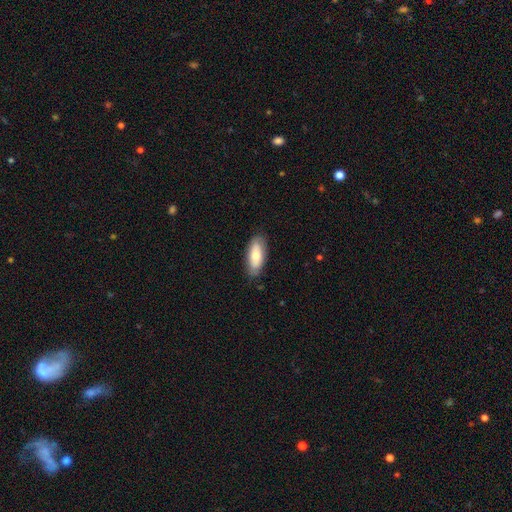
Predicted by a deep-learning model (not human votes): This is likely a smooth galaxy (73%). How rounded: clearly in between (84%). Merging: clearly none (81%).